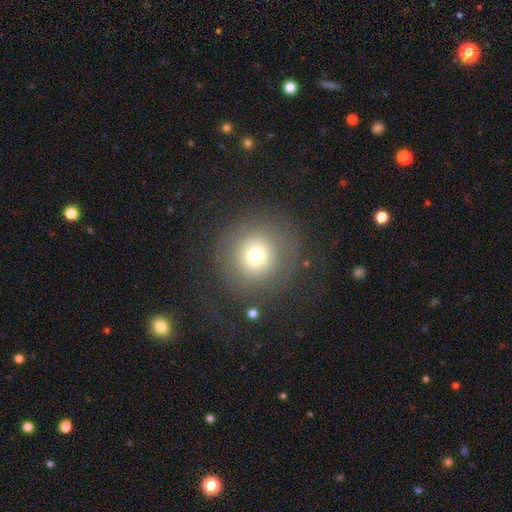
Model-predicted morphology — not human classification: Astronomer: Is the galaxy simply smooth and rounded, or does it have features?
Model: smooth — 66%.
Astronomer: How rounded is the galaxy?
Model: round — 94%.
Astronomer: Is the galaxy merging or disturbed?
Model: none — 76%.